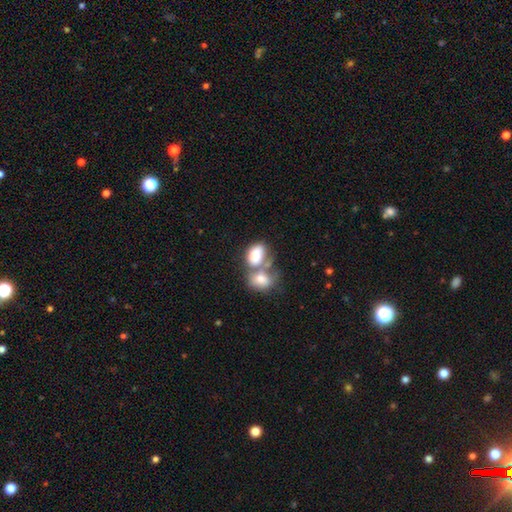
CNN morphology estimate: Smooth or featured: smooth — 78% (featured or disk — 15%)
How rounded: in between — 85% (round — 14%)
Merging: merger — 65% (none — 21%)